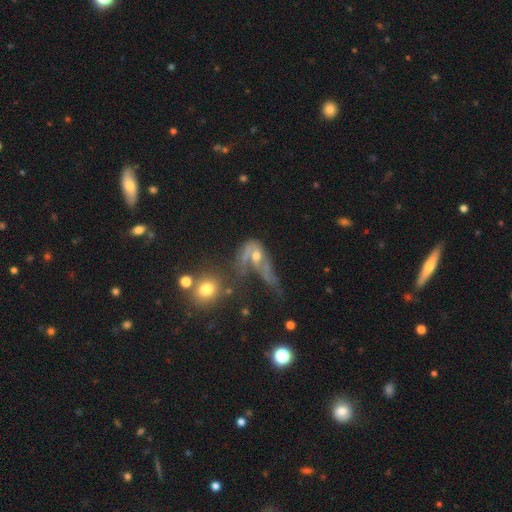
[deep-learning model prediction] smooth_or_featured: featured or disk (p=0.52) [alt: smooth p=0.33]
disk_edge_on: no (p=0.88) [alt: yes p=0.12]
merging: major disturbance (p=0.40) [alt: merger p=0.33]